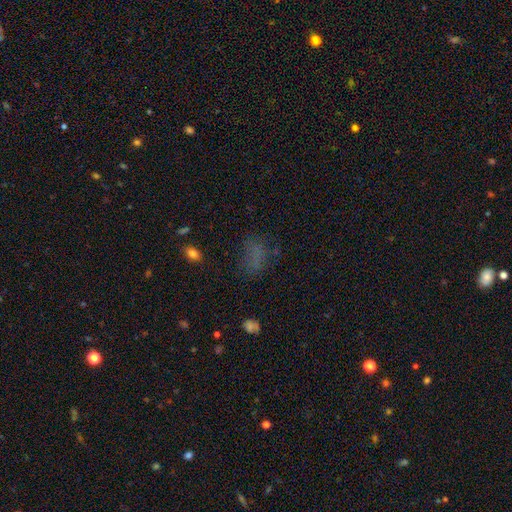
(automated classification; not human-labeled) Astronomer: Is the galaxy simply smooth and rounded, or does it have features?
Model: smooth — 61%.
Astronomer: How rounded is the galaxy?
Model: in between — 79%.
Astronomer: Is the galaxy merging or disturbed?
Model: none — 59%.